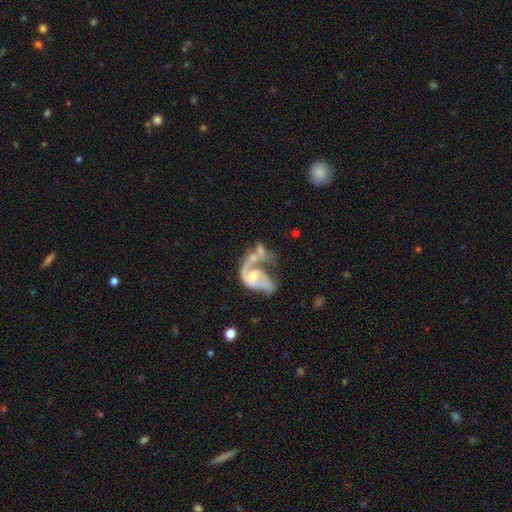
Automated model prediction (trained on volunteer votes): featured or disk 69%, smooth 23%, star or artifact 7%. Down the decision tree: edge-on disk — no (97%); bar — no (60%); spiral arms — yes (74%); bulge size — moderate (43%); merging — merger (54%).